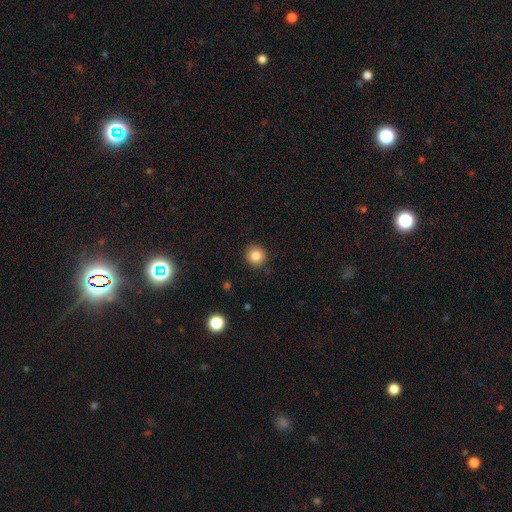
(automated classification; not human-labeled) This appears to be a smooth galaxy with no disk features (85%) that is round (93%). Merging: none (89%).